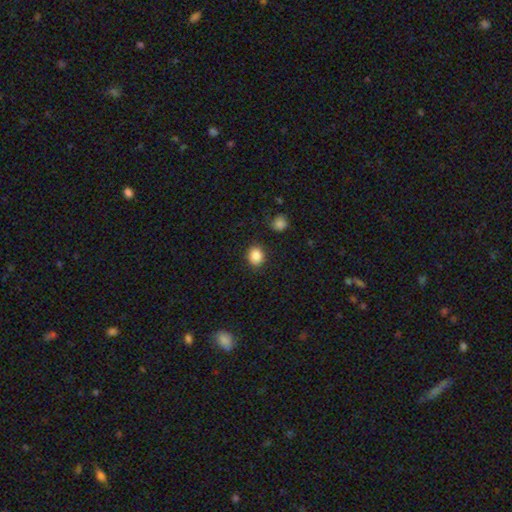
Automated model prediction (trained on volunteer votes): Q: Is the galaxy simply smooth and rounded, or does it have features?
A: smooth — 87%.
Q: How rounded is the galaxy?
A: round — 71%.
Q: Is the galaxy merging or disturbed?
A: none — 87%.